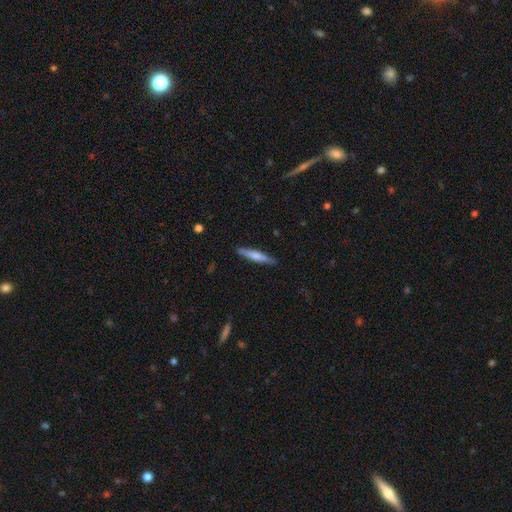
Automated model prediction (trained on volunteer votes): Overall: smooth (49%; featured or disk 45%). Merging: none (89%).